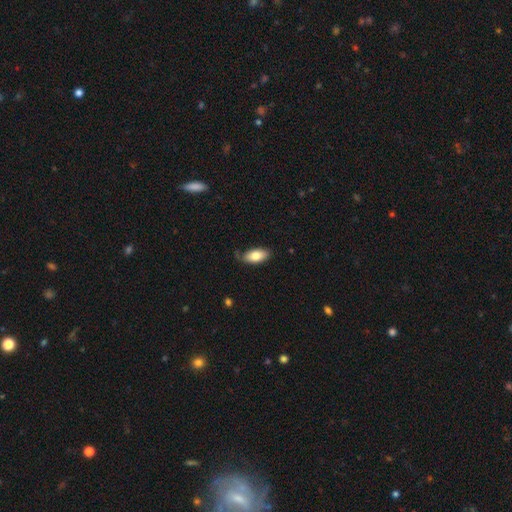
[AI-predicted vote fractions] This is likely a smooth galaxy (80%). How rounded: clearly in between (91%). Merging: likely none (70%).